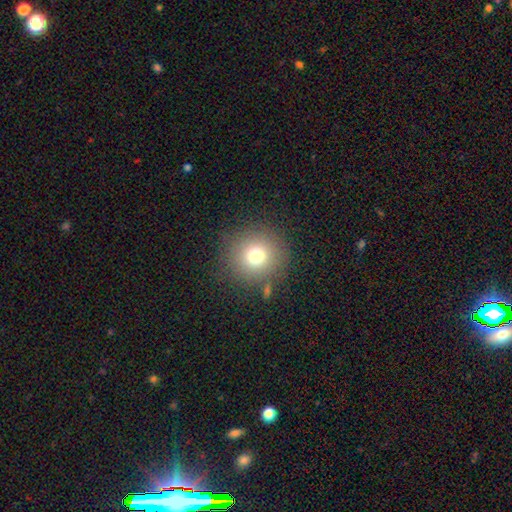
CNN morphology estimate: A smooth galaxy with no disk features (75%) that is round (94%).

Vote fractions:
- Smooth or featured? smooth: 75% / star or artifact: 14% / featured or disk: 10%
- How rounded? round: 94% / in between: 5% / cigar-shaped: 1%
- Merging? none: 84% / minor disturbance: 8% / major disturbance: 4% / merger: 3%